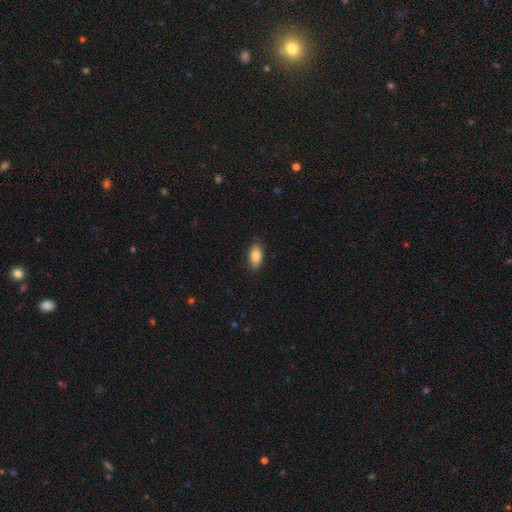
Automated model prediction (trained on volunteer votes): smooth-or-featured: smooth: 86% | featured or disk: 7% | star or artifact: 7%
  how-rounded: in between: 91% | cigar-shaped: 5% | round: 3%
  merging: none: 86% | minor disturbance: 11% | major disturbance: 2% | merger: 1%